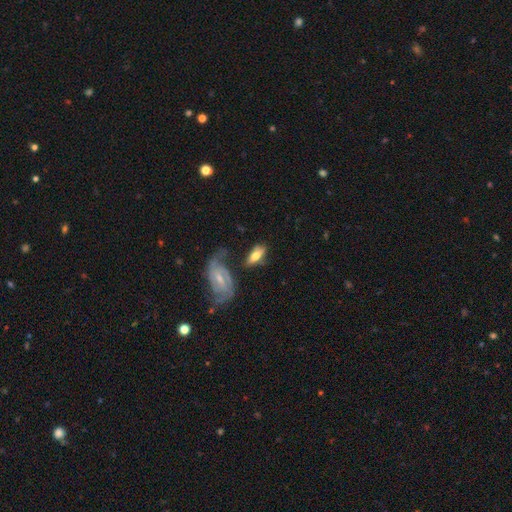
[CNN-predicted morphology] The model was most divided on "smooth or featured": smooth: 48%, featured or disk: 46%, star or artifact: 7%. More confident: merging — none (56%).